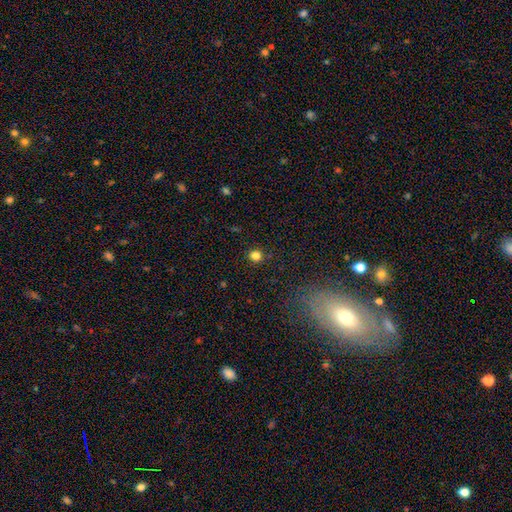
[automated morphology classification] Overall: smooth (81%). How rounded: round (88%). Merging: none (90%).